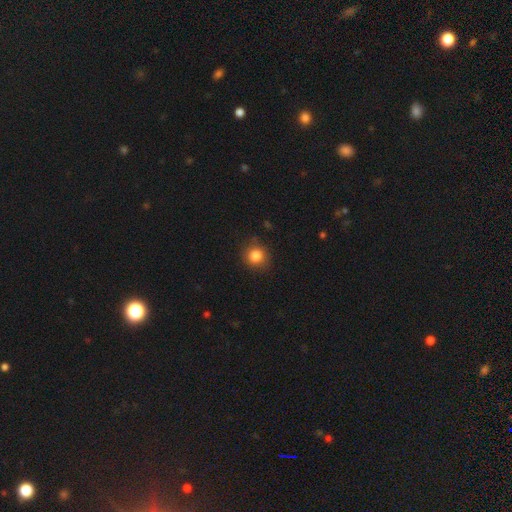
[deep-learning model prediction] A smooth galaxy with no disk features (84%) that is round (88%). Merging: none (87%).